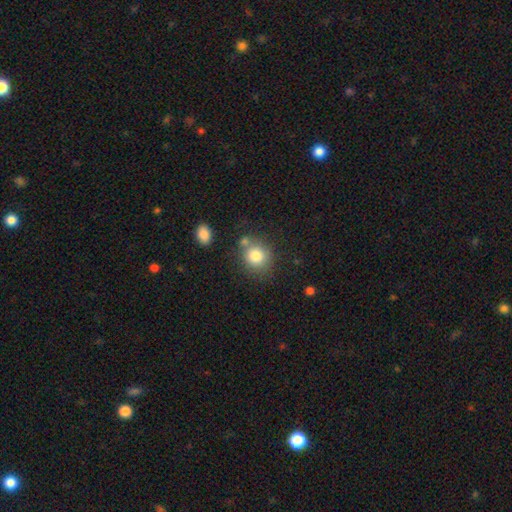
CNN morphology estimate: Overall: smooth (81%). How rounded: round (81%). Merging: none (66%).